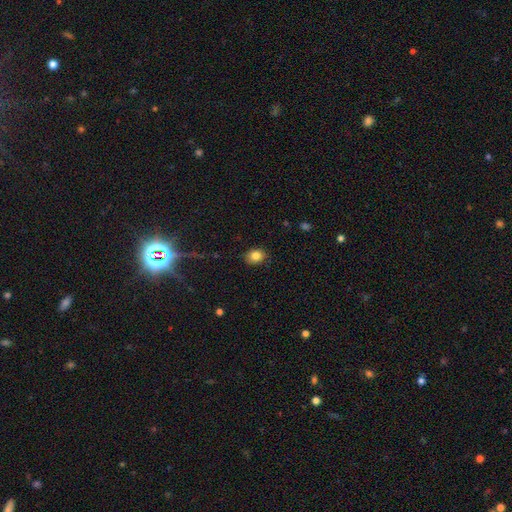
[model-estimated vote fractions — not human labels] Smooth or featured? Predicted: smooth (p=0.82). How rounded? Predicted: in between (p=0.53). Merging? Predicted: none (p=0.83).